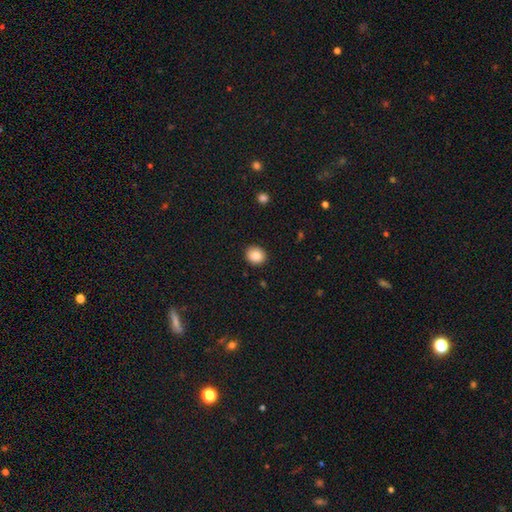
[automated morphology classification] Smooth or featured?
  - smooth: 87% *
  - star or artifact: 9%
  - featured or disk: 4%
How rounded?
  - round: 75% *
  - in between: 25%
  - cigar-shaped: 1%
Merging?
  - none: 90% *
  - minor disturbance: 7%
  - major disturbance: 2%
  - merger: 1%